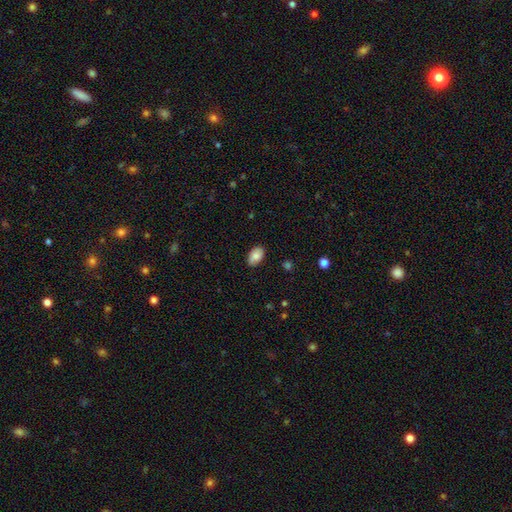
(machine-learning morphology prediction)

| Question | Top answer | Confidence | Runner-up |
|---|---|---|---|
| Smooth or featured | smooth | 81% | featured or disk (12%) |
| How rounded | in between | 91% | round (8%) |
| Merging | none | 83% | minor disturbance (13%) |